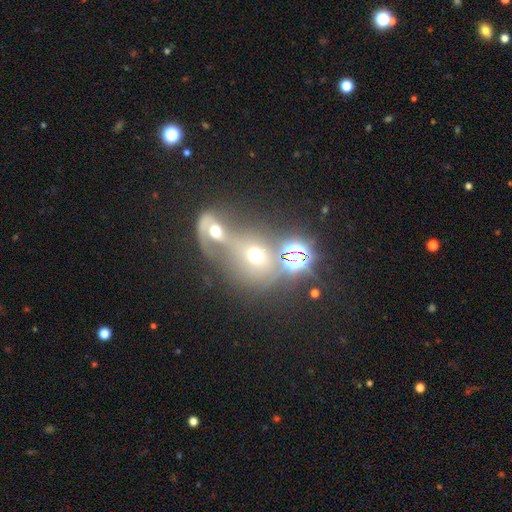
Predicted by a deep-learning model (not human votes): Morphology: type=smooth (45%); merging=merger (66%).